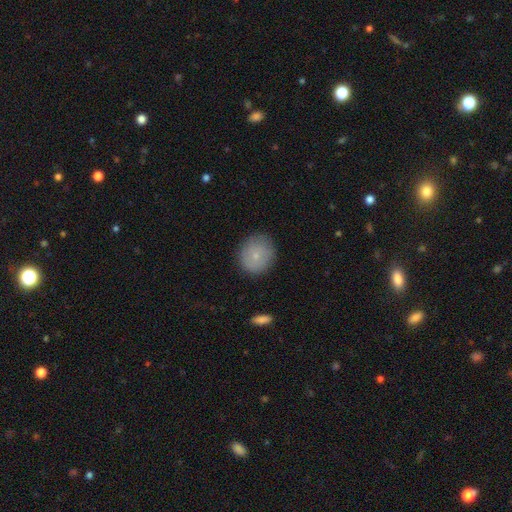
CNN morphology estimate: Smooth or featured?
  - smooth: 75% *
  - featured or disk: 17%
  - star or artifact: 8%
How rounded?
  - round: 84% *
  - in between: 15%
  - cigar-shaped: 1%
Merging?
  - none: 82% *
  - minor disturbance: 14%
  - major disturbance: 4%
  - merger: 1%